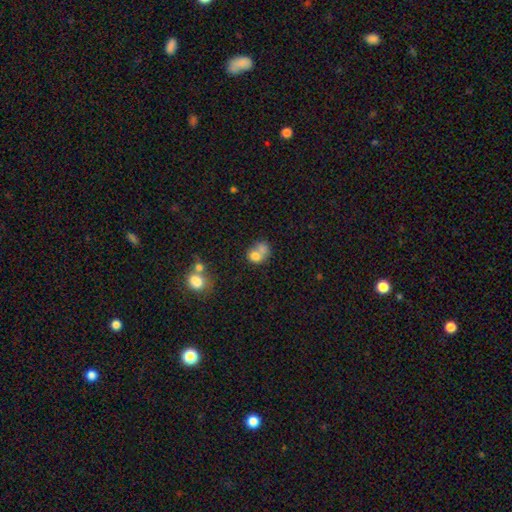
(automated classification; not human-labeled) Q: Smooth or featured?
A: smooth (73%); runner-up: featured or disk (17%)
Q: How rounded?
A: round (56%); runner-up: in between (43%)
Q: Merging?
A: merger (59%); runner-up: none (25%)